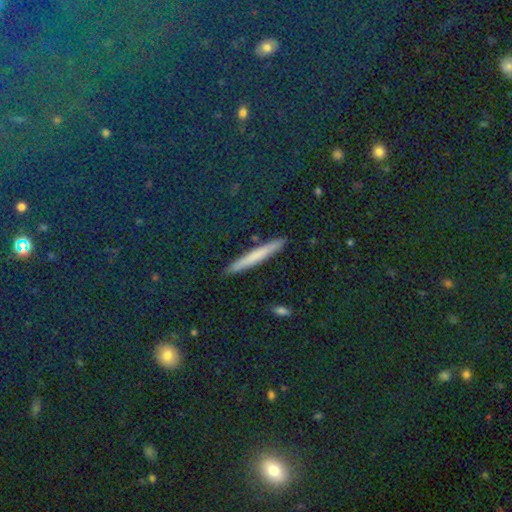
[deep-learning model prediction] smooth_or_featured: smooth (p=0.54) [alt: star or artifact p=0.23]
how_rounded: cigar-shaped (p=0.90) [alt: in between p=0.05]
merging: none (p=0.89) [alt: minor disturbance p=0.07]